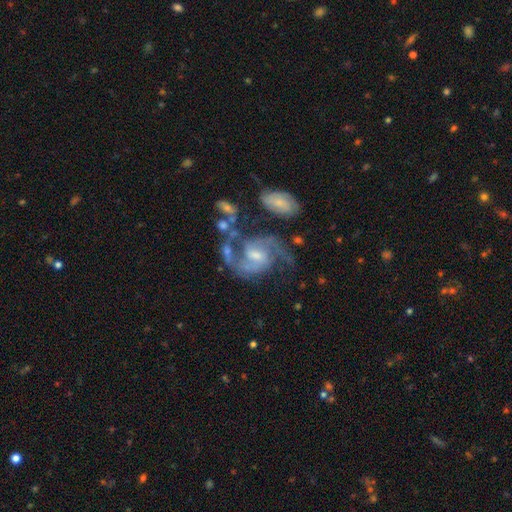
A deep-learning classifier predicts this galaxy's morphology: A featured or disk galaxy (88%) with a weak bar (51%), 2 (86%) medium (57%) spiral arms (96%) and a moderate central bulge (46%). Merging: none (51%).